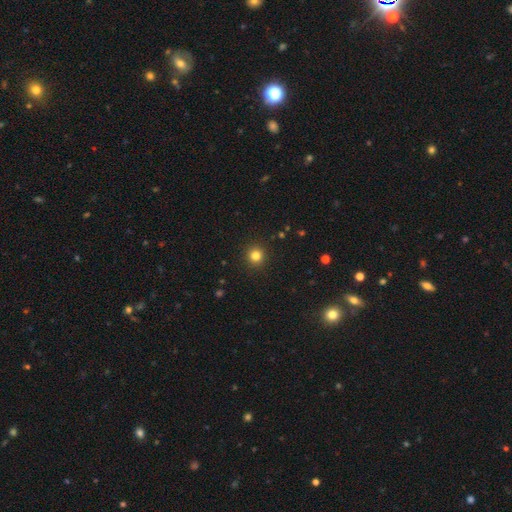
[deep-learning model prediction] Overall: smooth (81%). How rounded: round (94%). Merging: none (92%).